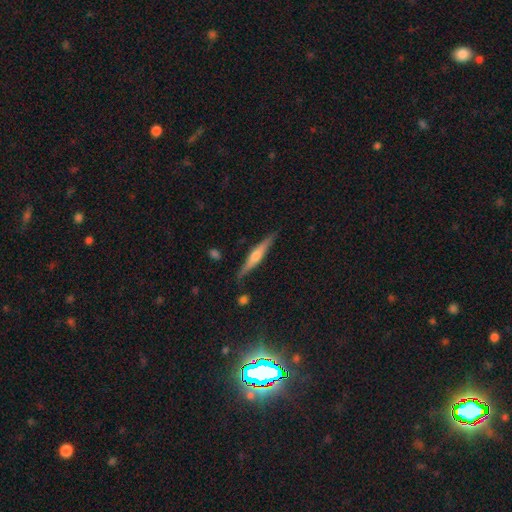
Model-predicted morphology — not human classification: The model was most divided on "smooth or featured": featured or disk: 63%, smooth: 30%, star or artifact: 6%. More confident: edge-on disk — yes (97%); merging — none (87%); edge-on bulge — rounded (80%).